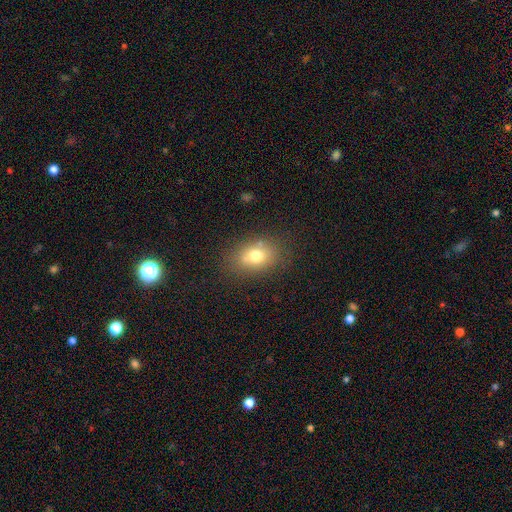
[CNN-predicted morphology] smooth 71%, featured or disk 16%, star or artifact 12%. Down the decision tree: how rounded — in between (69%); merging — none (72%).